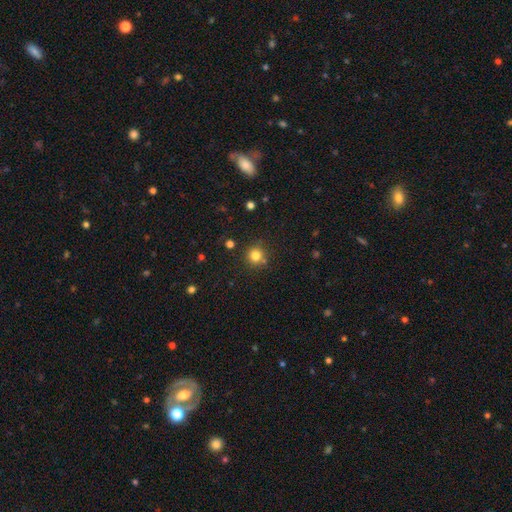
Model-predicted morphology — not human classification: smooth 80%, star or artifact 14%, featured or disk 6%. Down the decision tree: how rounded — round (94%); merging — none (81%).